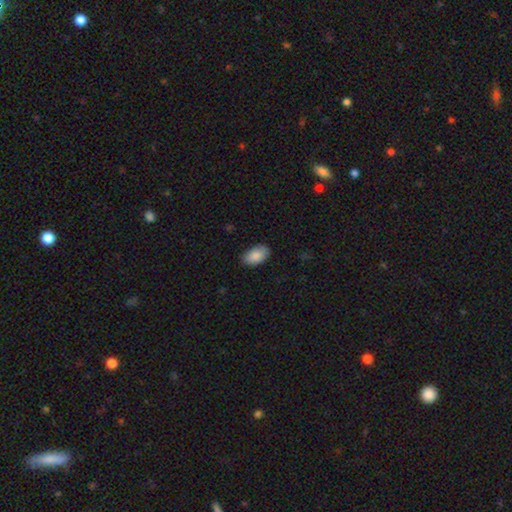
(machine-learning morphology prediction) Smooth or featured? smooth (88%)
How rounded? in between (94%)
Merging? none (81%)